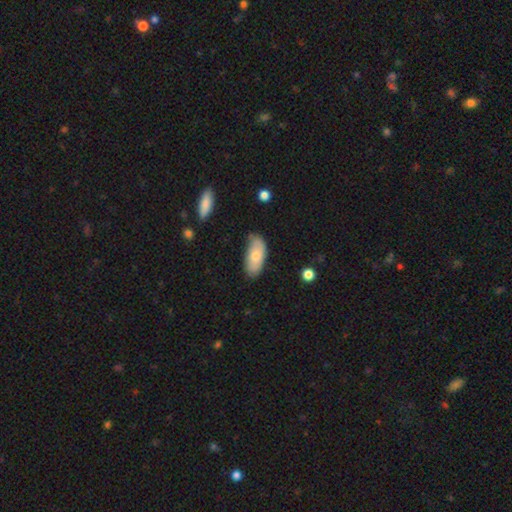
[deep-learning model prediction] This is likely a smooth galaxy (73%). How rounded: clearly in between (89%). Merging: likely none (68%).